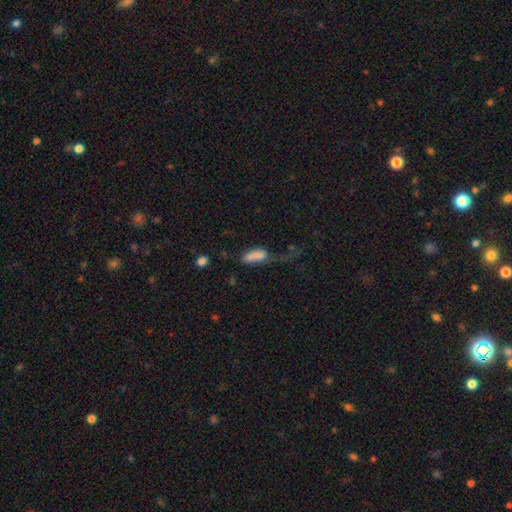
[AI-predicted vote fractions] This is likely a smooth galaxy (75%). How rounded: likely in between (78%). Merging: possibly major disturbance (48%).